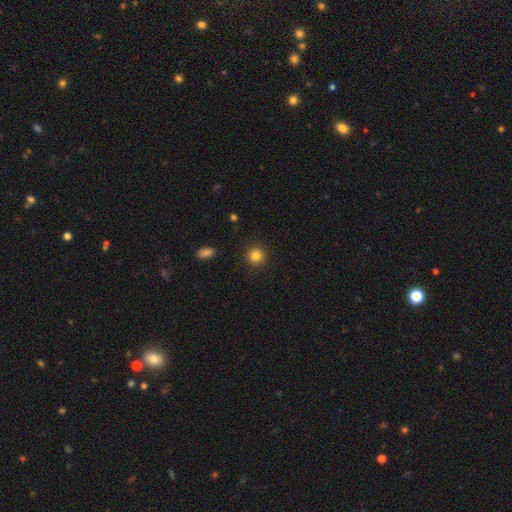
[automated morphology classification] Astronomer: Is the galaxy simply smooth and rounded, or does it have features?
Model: smooth — 84%.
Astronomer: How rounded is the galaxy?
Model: round — 94%.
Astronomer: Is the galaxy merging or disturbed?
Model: none — 92%.